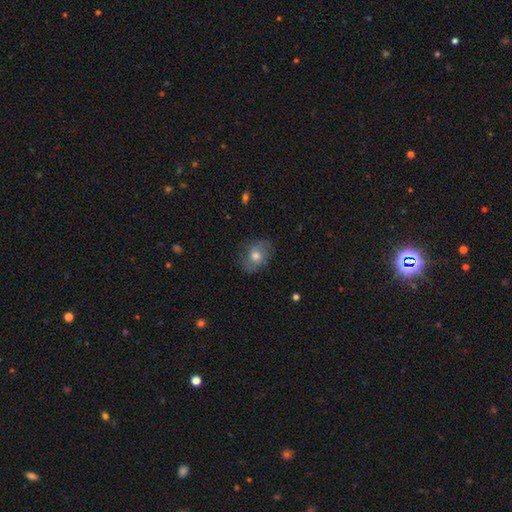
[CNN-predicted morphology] A smooth galaxy with no disk features (58%) that is in between round and cigar-shaped (53%). Merging: none (74%).